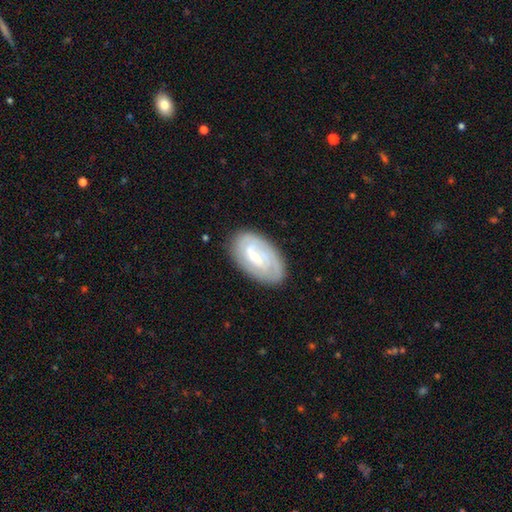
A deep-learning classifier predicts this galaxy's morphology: Q: Smooth or featured?
A: featured or disk (63%); runner-up: smooth (31%)
Q: Edge-on disk?
A: no (95%); runner-up: yes (5%)
Q: Bar?
A: weak (54%); runner-up: strong (24%)
Q: Spiral arms?
A: yes (79%); runner-up: no (21%)
Q: Bulge size?
A: small (48%); runner-up: moderate (39%)
Q: Merging?
A: none (78%); runner-up: minor disturbance (16%)